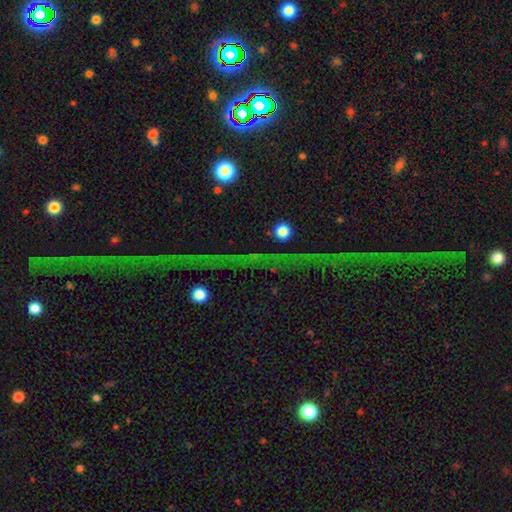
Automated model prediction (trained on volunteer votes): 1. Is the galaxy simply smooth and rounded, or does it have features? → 61% star or artifact, 22% smooth, 17% featured or disk.